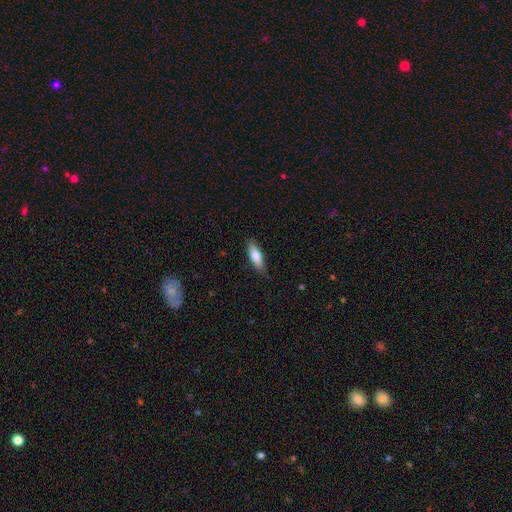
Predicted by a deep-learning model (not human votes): A smooth galaxy with no disk features (79%) that is in between round and cigar-shaped (53%).

Vote fractions:
- Smooth or featured? smooth: 79% / featured or disk: 15% / star or artifact: 6%
- How rounded? in between: 53% / cigar-shaped: 45% / round: 2%
- Merging? none: 79% / minor disturbance: 17% / major disturbance: 3% / merger: 1%